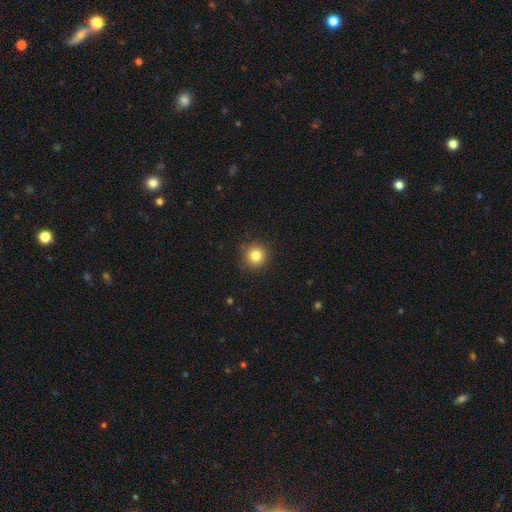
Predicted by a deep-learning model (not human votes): smooth 82%, star or artifact 11%, featured or disk 6%. Down the decision tree: how rounded — round (94%); merging — none (89%).